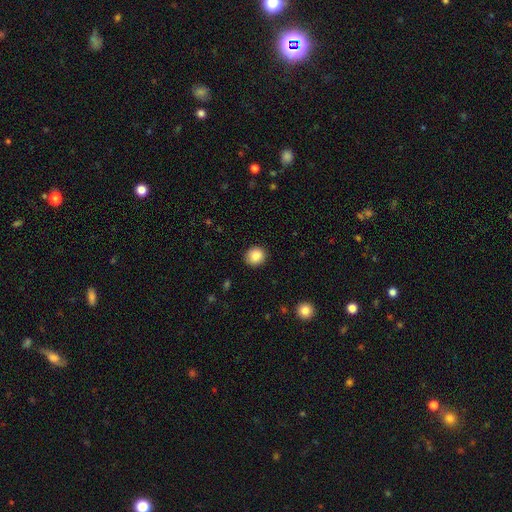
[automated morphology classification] A smooth galaxy with no disk features (87%) that is round (84%).

Vote fractions:
- Smooth or featured? smooth: 87% / star or artifact: 9% / featured or disk: 5%
- How rounded? round: 84% / in between: 16% / cigar-shaped: 1%
- Merging? none: 90% / minor disturbance: 7% / major disturbance: 2% / merger: 1%